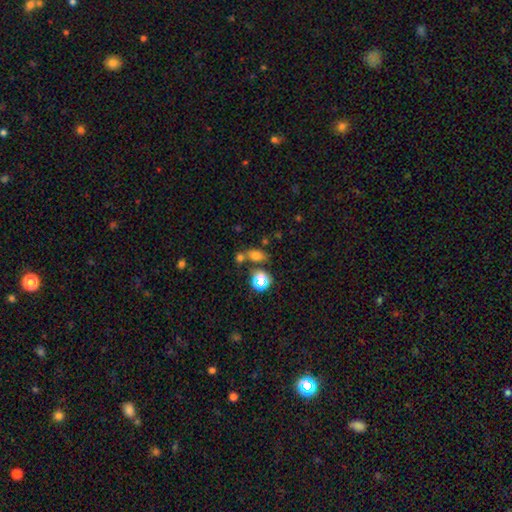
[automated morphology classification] A smooth galaxy with no disk features (67%) that is in between round and cigar-shaped (72%).

Vote fractions:
- Smooth or featured? smooth: 67% / star or artifact: 21% / featured or disk: 12%
- How rounded? in between: 72% / round: 22% / cigar-shaped: 5%
- Merging? none: 55% / merger: 28% / minor disturbance: 12% / major disturbance: 5%